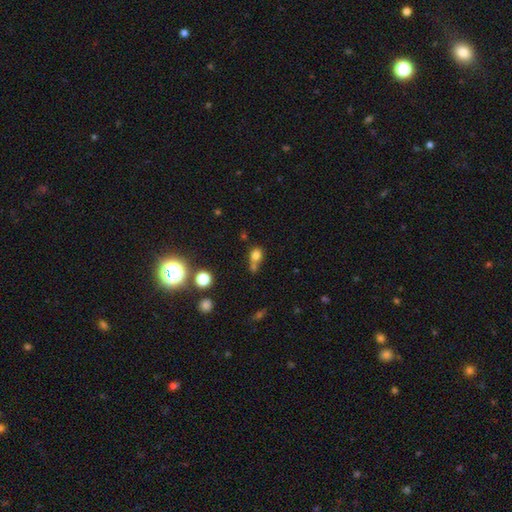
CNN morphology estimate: This is likely a smooth galaxy (76%). How rounded: possibly round (58%). Merging: marginally none (41%).